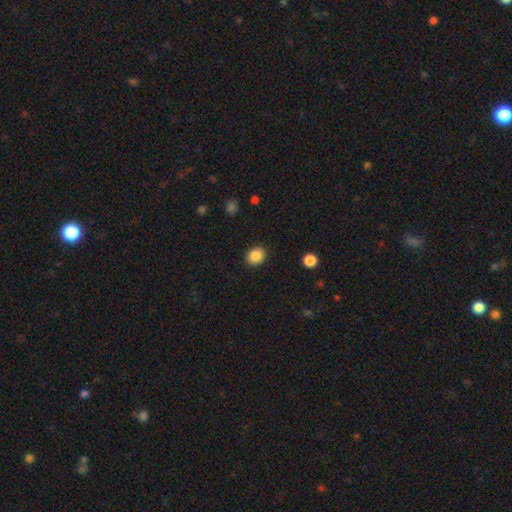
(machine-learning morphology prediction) This is clearly a smooth galaxy (87%). How rounded: possibly round (56%). Merging: clearly none (90%).